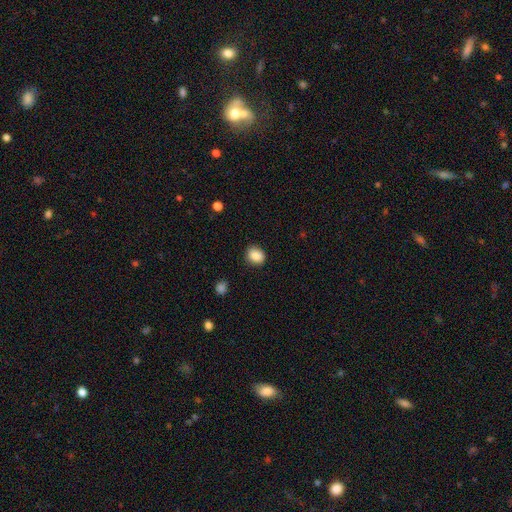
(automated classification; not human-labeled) Q: Smooth or featured?
A: smooth (87%); runner-up: star or artifact (9%)
Q: How rounded?
A: in between (50%); runner-up: round (49%)
Q: Merging?
A: none (86%); runner-up: minor disturbance (10%)